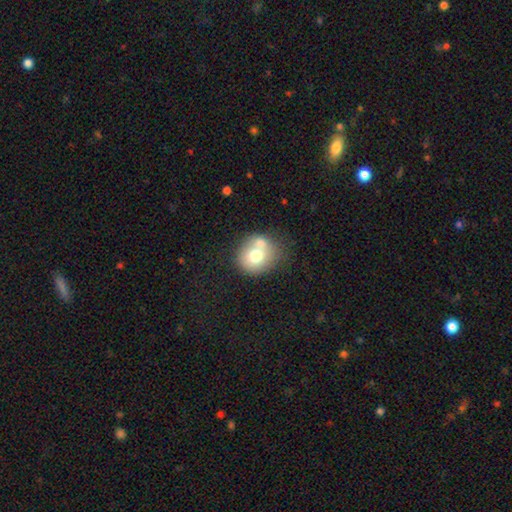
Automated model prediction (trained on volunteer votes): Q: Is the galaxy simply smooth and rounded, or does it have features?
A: smooth — 69%.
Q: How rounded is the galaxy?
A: round — 74%.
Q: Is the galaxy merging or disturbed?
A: none — 45%.